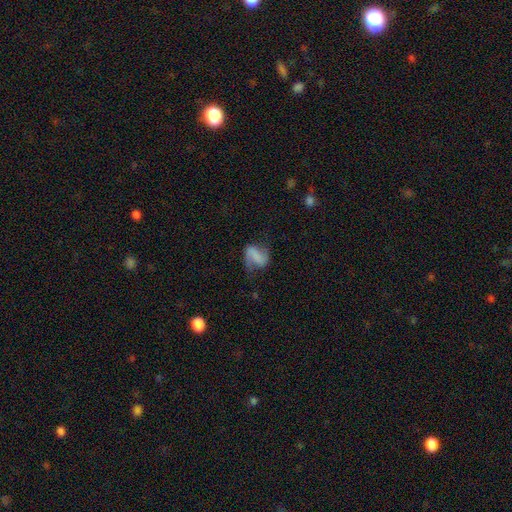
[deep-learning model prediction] smooth_or_featured: featured or disk (p=0.50) [alt: smooth p=0.40]
disk_edge_on: no (p=0.96) [alt: yes p=0.04]
merging: none (p=0.49) [alt: minor disturbance p=0.26]